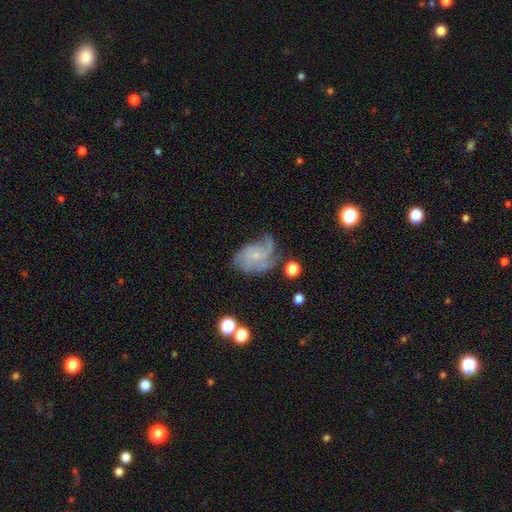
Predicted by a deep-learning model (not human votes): A featured or disk galaxy (73%) with no bar (74%), 3 (28%) medium (41%) spiral arms (90%) and a small central bulge (77%). Merging: none (43%).